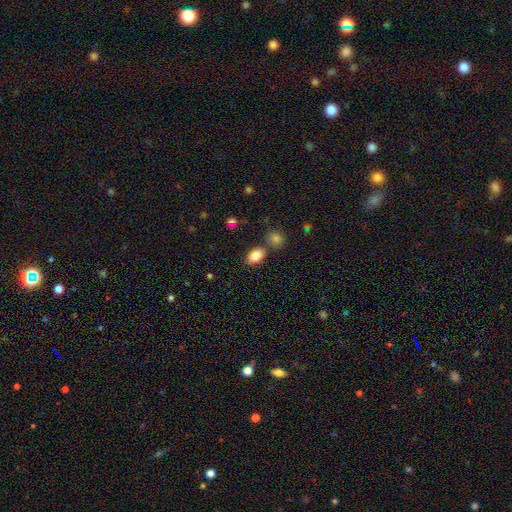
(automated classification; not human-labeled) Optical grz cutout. It shows a smooth galaxy with no disk features (85%) that is in between round and cigar-shaped (89%). Merging: none (72%).